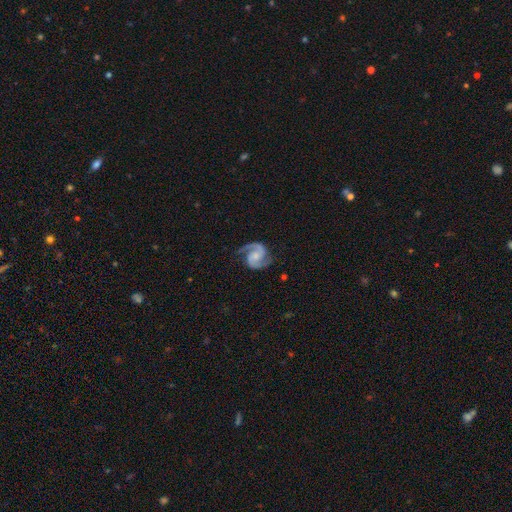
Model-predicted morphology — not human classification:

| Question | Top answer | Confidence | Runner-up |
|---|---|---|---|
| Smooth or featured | featured or disk | 93% | star or artifact (4%) |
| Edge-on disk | no | 98% | yes (2%) |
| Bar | no | 58% | weak (33%) |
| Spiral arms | yes | 99% | no (1%) |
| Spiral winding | medium | 59% | tight (29%) |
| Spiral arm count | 2 | 94% | can't tell (1%) |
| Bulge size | small | 50% | moderate (29%) |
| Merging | none | 81% | minor disturbance (13%) |